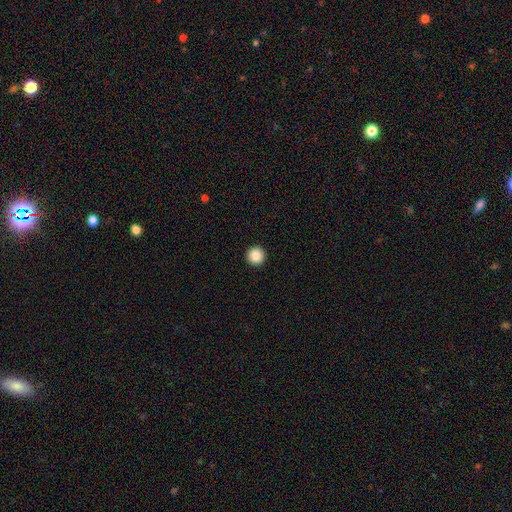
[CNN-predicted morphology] Overall: smooth (87%). How rounded: round (97%). Merging: none (94%).